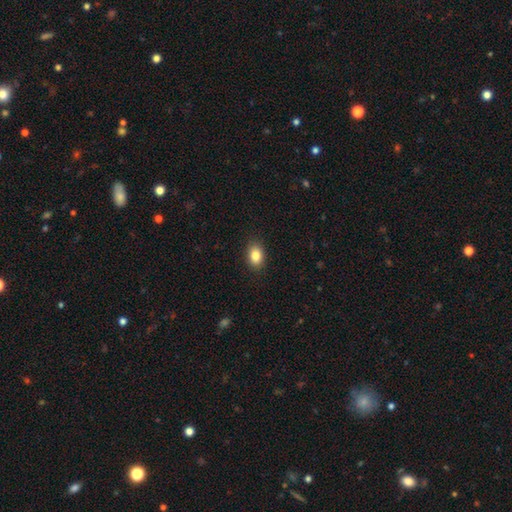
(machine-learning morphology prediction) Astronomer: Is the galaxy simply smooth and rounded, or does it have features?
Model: smooth — 86%.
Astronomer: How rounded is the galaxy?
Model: in between — 79%.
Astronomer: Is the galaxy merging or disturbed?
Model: none — 89%.